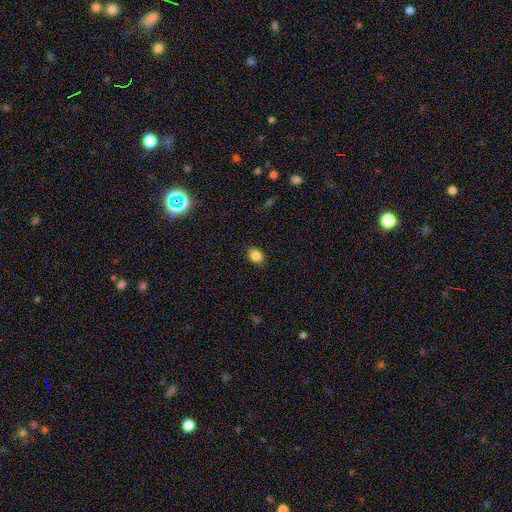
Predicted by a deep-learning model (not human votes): Overall: smooth (85%). How rounded: in between (72%). Merging: none (88%).